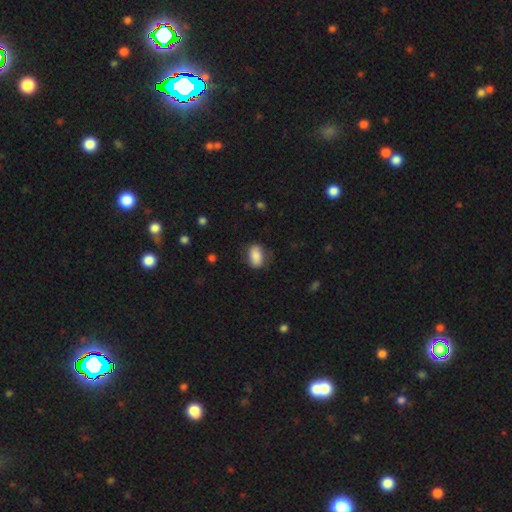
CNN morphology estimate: type=smooth (85%); roundness=in between (87%); merging=none (74%).